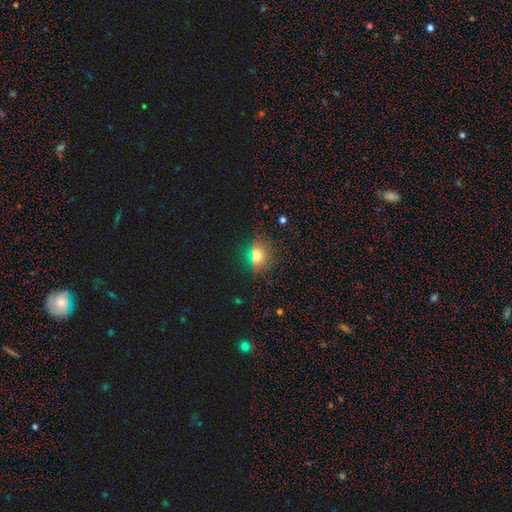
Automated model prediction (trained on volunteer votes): Morphology: type=smooth (66%); roundness=round (66%); merging=none (84%).